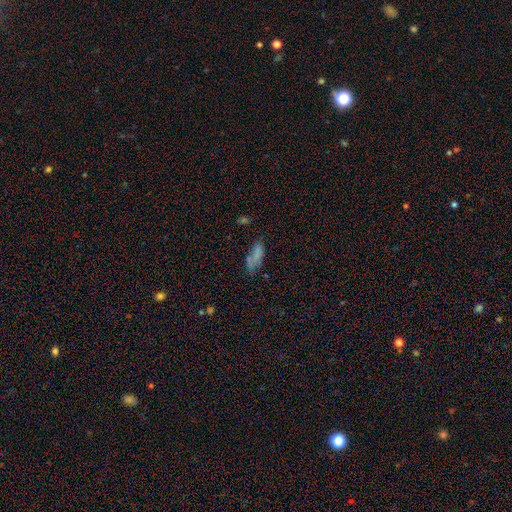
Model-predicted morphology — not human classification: Smooth or featured? Predicted: smooth (p=0.64). How rounded? Predicted: in between (p=0.75). Merging? Predicted: none (p=0.47).